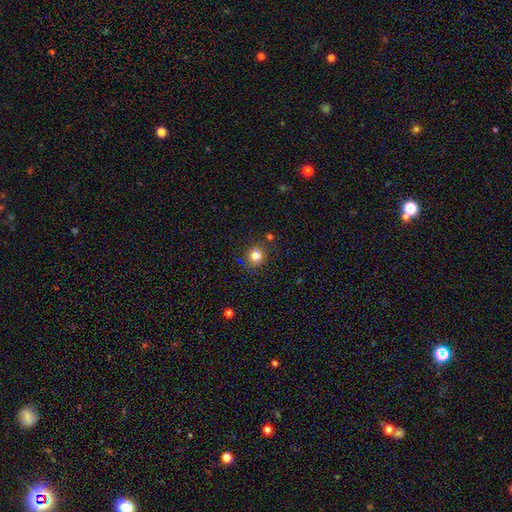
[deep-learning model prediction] A smooth galaxy with no disk features (79%) that is round (86%). Merging: none (84%).